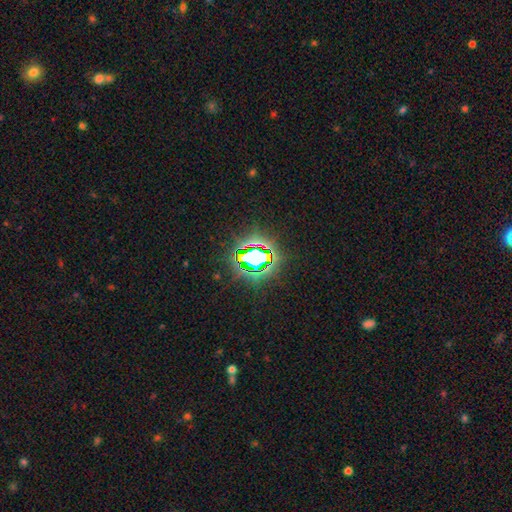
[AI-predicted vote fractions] A star or artifact, not a galaxy (75%).

Vote fractions:
- Smooth or featured? star or artifact: 75% / smooth: 14% / featured or disk: 11%